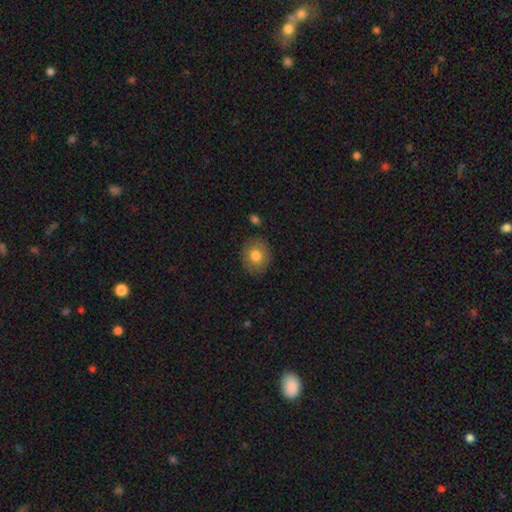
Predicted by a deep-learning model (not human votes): The model was most divided on "how rounded": round: 78%, in between: 21%, cigar-shaped: 1%. More confident: merging — none (86%); smooth or featured — smooth (78%).